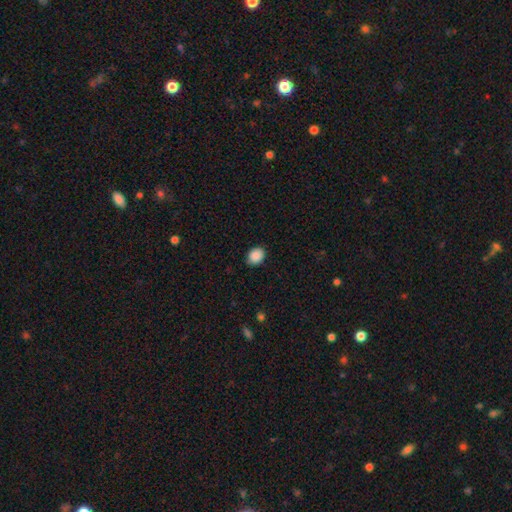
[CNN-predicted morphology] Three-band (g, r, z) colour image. It shows a smooth galaxy with no disk features (90%) that is in between round and cigar-shaped (58%). Merging: none (87%).